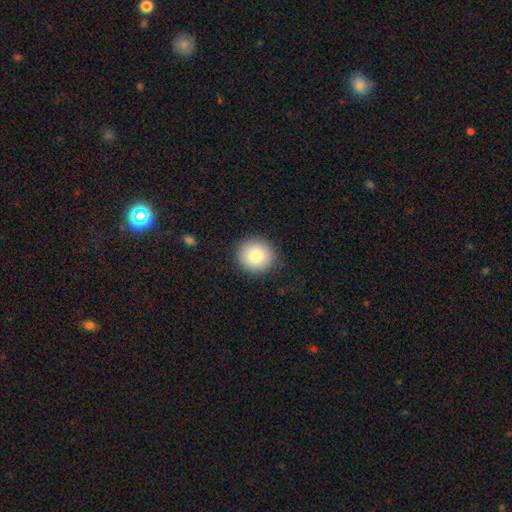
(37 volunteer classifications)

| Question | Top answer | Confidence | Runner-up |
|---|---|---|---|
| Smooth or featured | smooth | 84% | featured or disk (8%) |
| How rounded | round | 100% | — |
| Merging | none | 94% | minor disturbance (6%) |